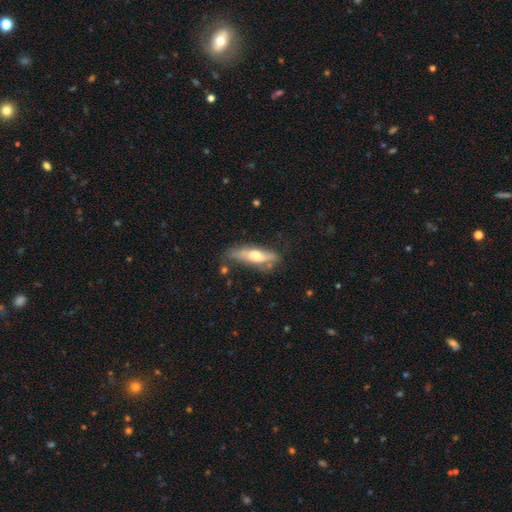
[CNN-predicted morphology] Smooth or featured? Predicted: smooth (p=0.49). Merging? Predicted: none (p=0.53).